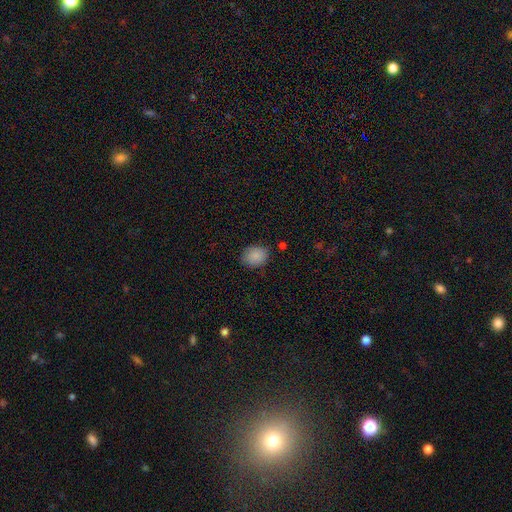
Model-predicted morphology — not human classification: Smooth or featured? Predicted: smooth (p=0.88). How rounded? Predicted: in between (p=0.54). Merging? Predicted: none (p=0.81).